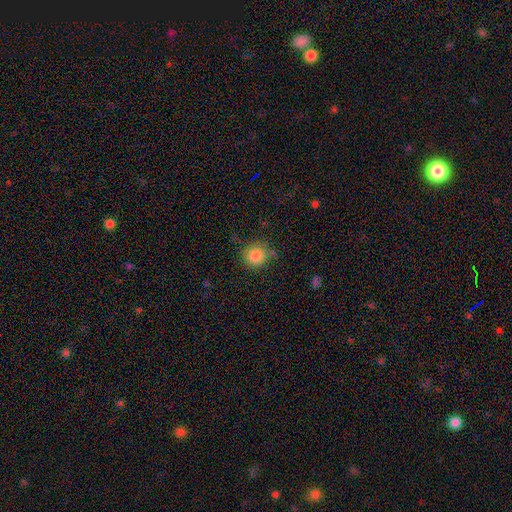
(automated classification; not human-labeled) A smooth galaxy with no disk features (84%) that is round (89%). Merging: none (74%).